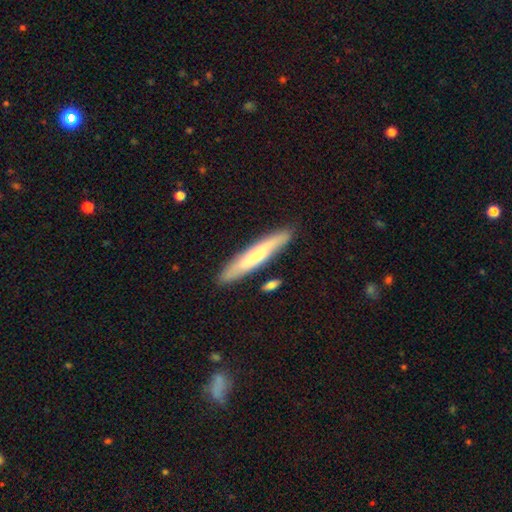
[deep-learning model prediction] This appears to be a smooth galaxy with no disk features (54%) that is cigar-shaped (93%). Merging: none (87%).